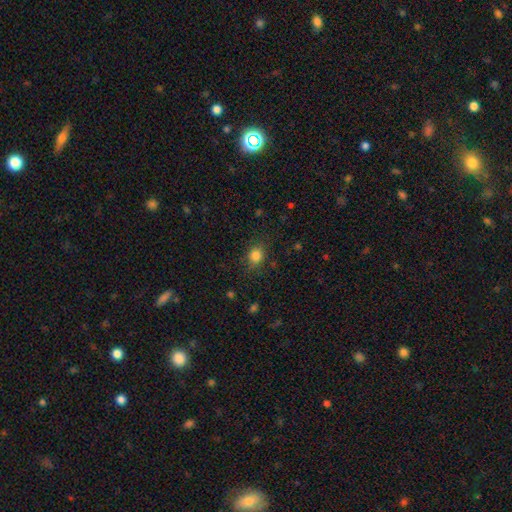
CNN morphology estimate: The model was most divided on "how rounded": round: 61%, in between: 38%, cigar-shaped: 1%. More confident: smooth or featured — smooth (82%); merging — none (79%).